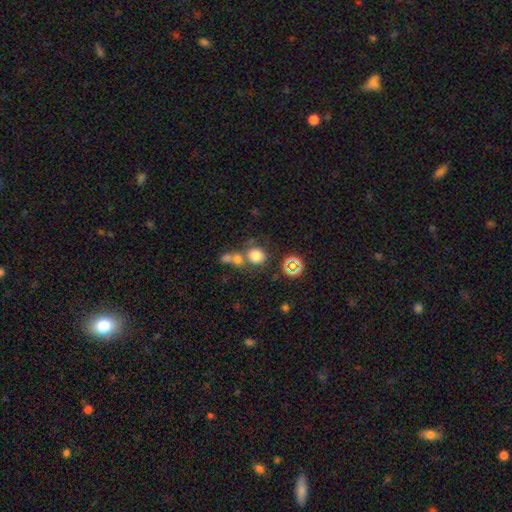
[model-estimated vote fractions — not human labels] smooth-or-featured: smooth: 72% | star or artifact: 18% | featured or disk: 10%
  how-rounded: round: 81% | in between: 18% | cigar-shaped: 1%
  merging: none: 55% | merger: 30% | minor disturbance: 10% | major disturbance: 6%